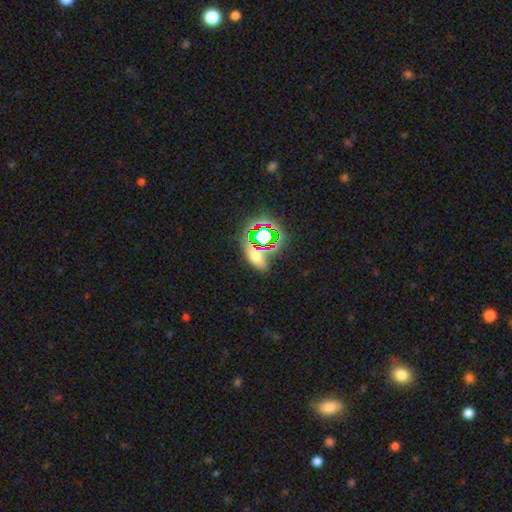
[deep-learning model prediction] smooth-or-featured: smooth: 45% | star or artifact: 41% | featured or disk: 14%
  merging: none: 63% | merger: 15% | minor disturbance: 14% | major disturbance: 7%